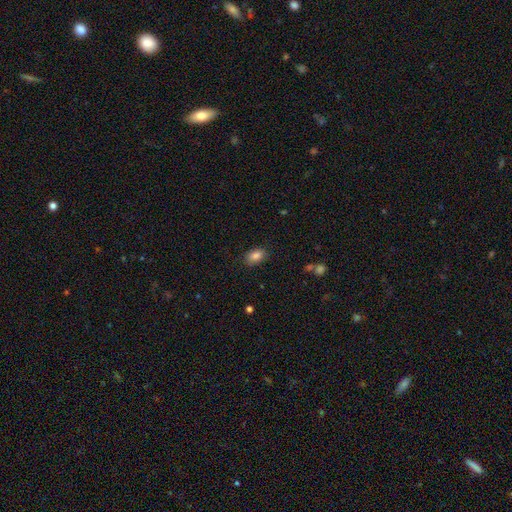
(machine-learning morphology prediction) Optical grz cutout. It shows a smooth galaxy with no disk features (86%) that is in between round and cigar-shaped (88%). Merging: none (85%).